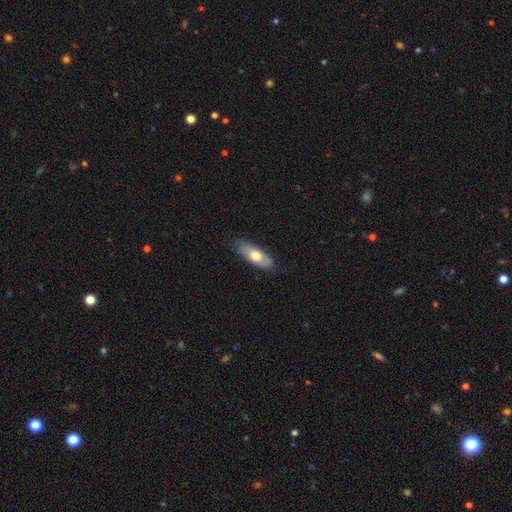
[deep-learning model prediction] Overall: smooth (65%; featured or disk 29%). How rounded: in between (69%). Merging: none (81%).